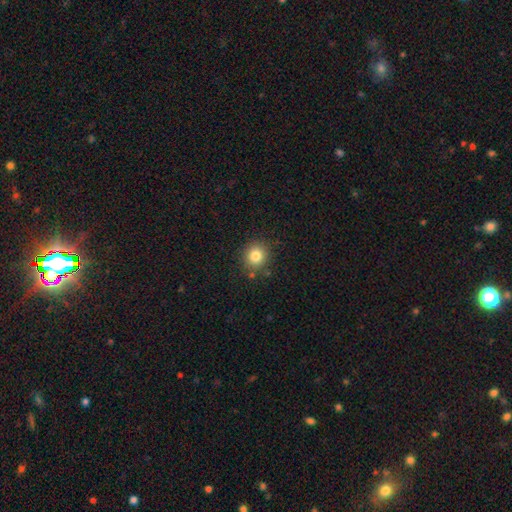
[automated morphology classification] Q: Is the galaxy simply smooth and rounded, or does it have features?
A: smooth — 82%.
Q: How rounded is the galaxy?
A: round — 86%.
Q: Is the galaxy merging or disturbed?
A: none — 86%.